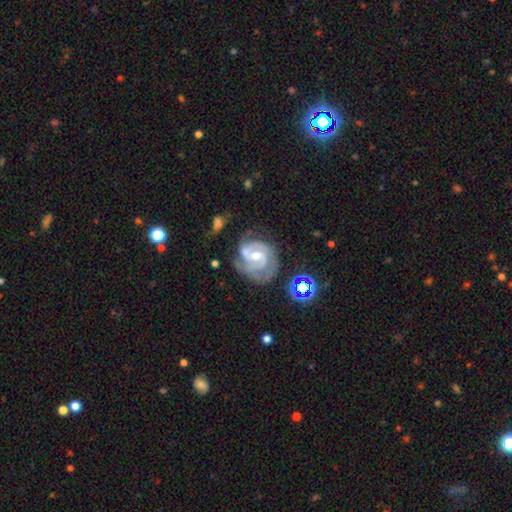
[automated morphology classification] A featured or disk galaxy (87%) with a weak bar (47%), 2 (50%) tight (54%) spiral arms (96%) and a moderate central bulge (55%). Merging: none (56%).